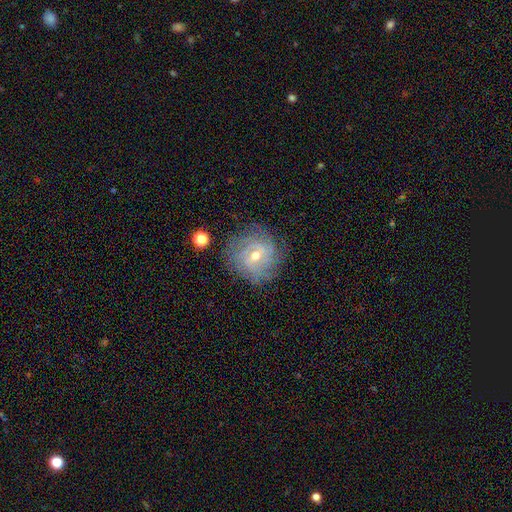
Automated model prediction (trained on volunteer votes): This appears to be a featured or disk galaxy (79%) with a weak bar (48%), tight (68%) spiral arms (93%) and a moderate central bulge (51%). Merging: none (80%).